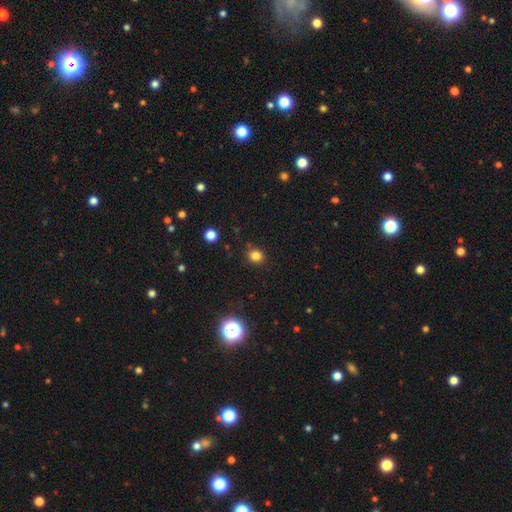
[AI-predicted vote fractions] Q: Smooth or featured?
A: smooth (81%); runner-up: star or artifact (14%)
Q: How rounded?
A: round (77%); runner-up: in between (22%)
Q: Merging?
A: none (86%); runner-up: minor disturbance (9%)